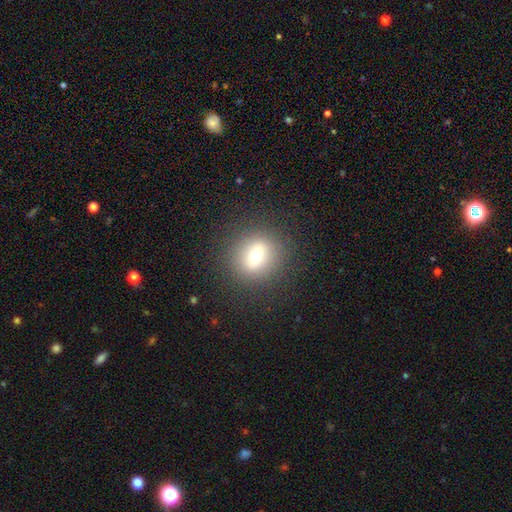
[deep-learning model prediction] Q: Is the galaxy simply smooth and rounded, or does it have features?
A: smooth — 64%.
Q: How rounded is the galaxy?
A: round — 81%.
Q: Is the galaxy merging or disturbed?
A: none — 88%.